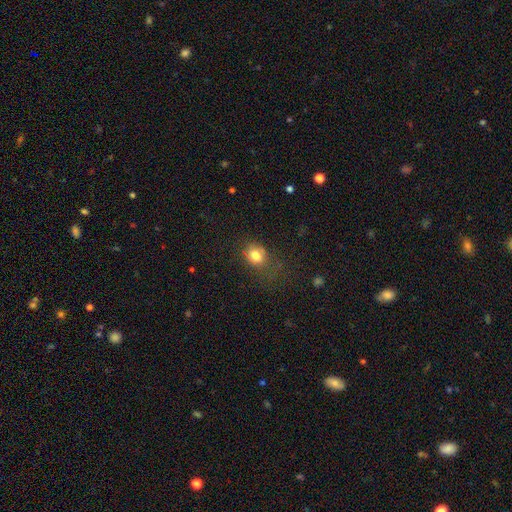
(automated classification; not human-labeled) Smooth or featured? Predicted: smooth (p=0.80). How rounded? Predicted: round (p=0.52). Merging? Predicted: none (p=0.56).